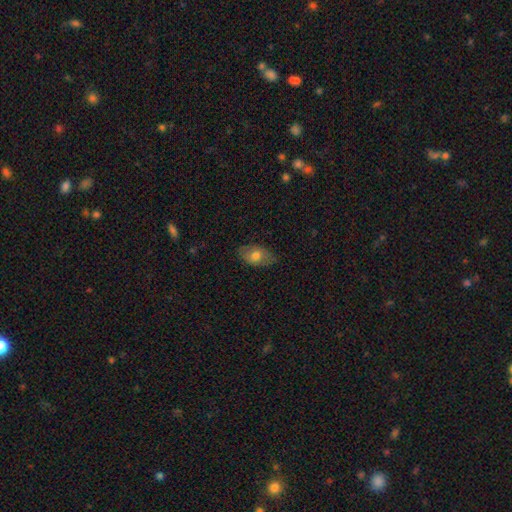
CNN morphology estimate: This is likely a smooth galaxy (68%). How rounded: clearly in between (90%). Merging: likely none (79%).